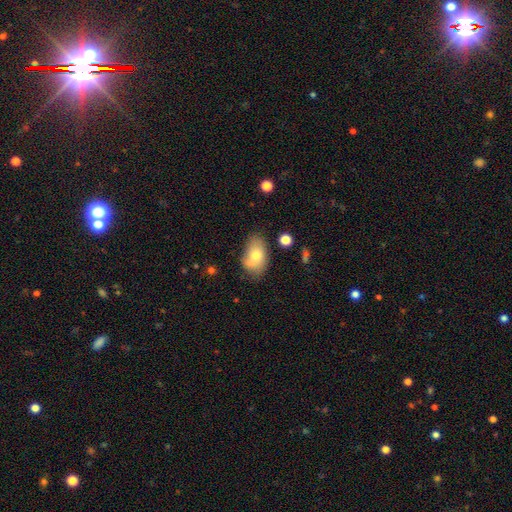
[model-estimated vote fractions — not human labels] Smooth or featured? Predicted: smooth (p=0.70). How rounded? Predicted: in between (p=0.88). Merging? Predicted: none (p=0.57).